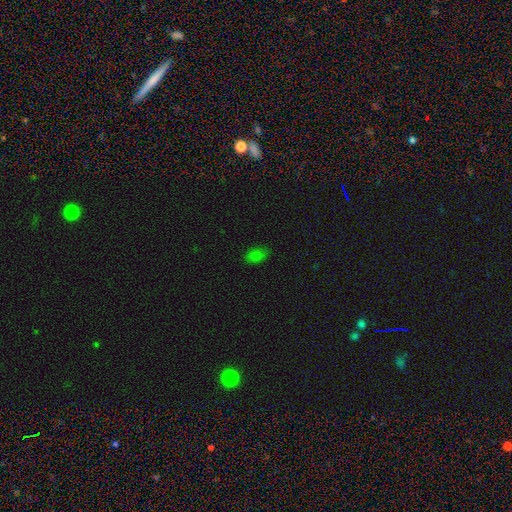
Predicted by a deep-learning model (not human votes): Overall: smooth (77%). How rounded: in between (86%). Merging: none (78%).